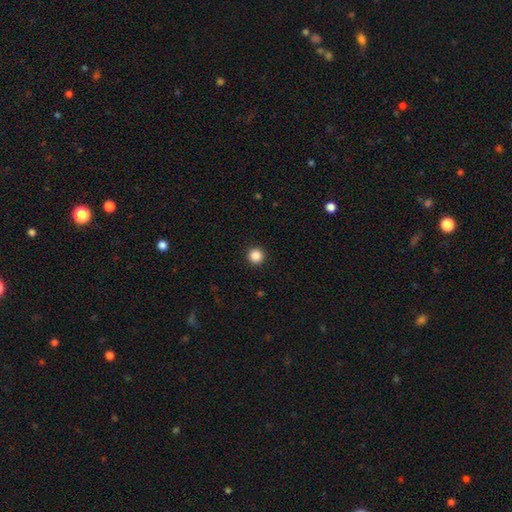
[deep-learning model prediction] Smooth or featured: smooth — 87% (star or artifact — 10%)
How rounded: round — 96% (in between — 4%)
Merging: none — 93% (minor disturbance — 4%)